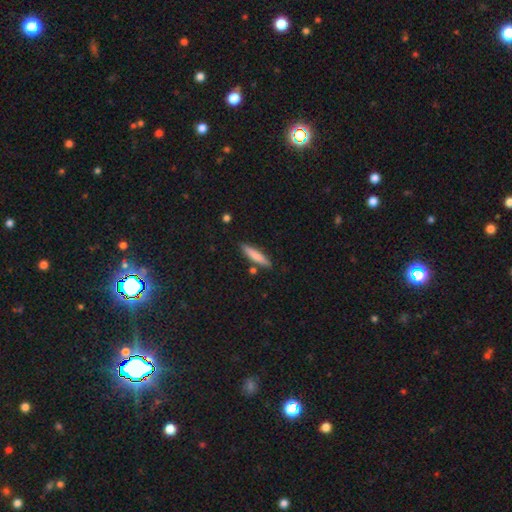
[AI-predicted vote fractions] Smooth or featured? Predicted: smooth (p=0.75). How rounded? Predicted: cigar-shaped (p=0.85). Merging? Predicted: none (p=0.84).